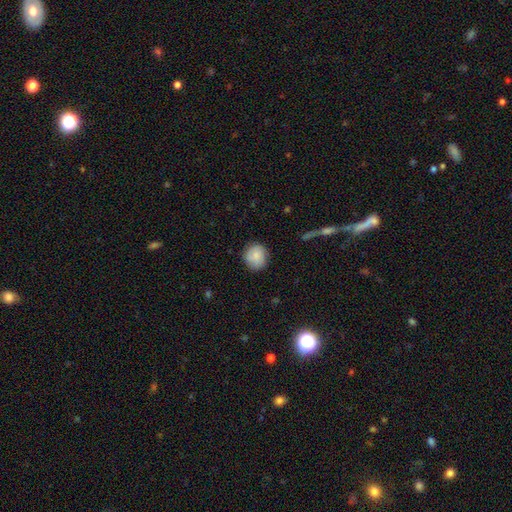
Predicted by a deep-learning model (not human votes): smooth_or_featured: smooth (p=0.83) [alt: featured or disk p=0.10]
how_rounded: round (p=0.84) [alt: in between p=0.15]
merging: none (p=0.81) [alt: minor disturbance p=0.15]